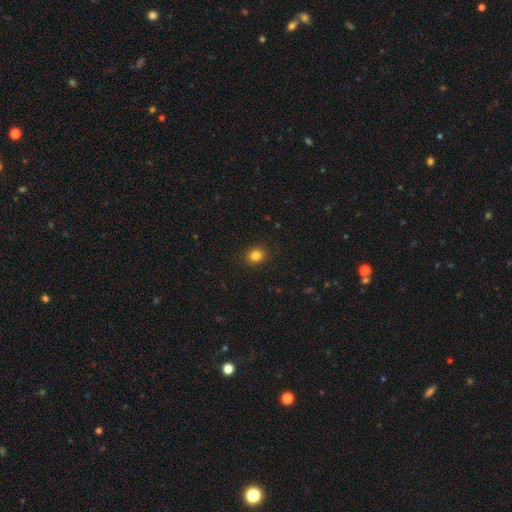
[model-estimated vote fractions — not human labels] This is clearly a smooth galaxy (82%). How rounded: likely round (69%). Merging: clearly none (90%).